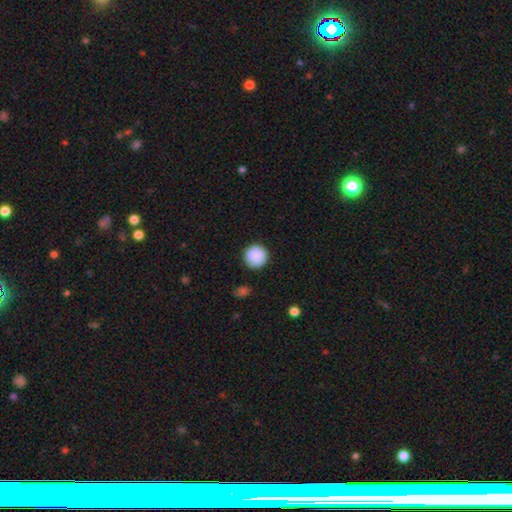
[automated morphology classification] This appears to be a smooth galaxy with no disk features (89%) that is round (95%). Merging: none (91%).